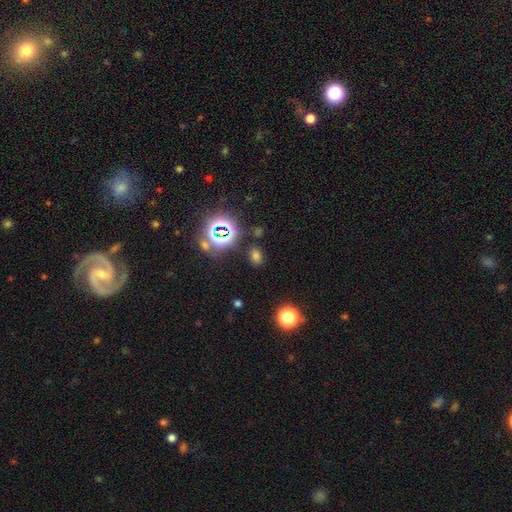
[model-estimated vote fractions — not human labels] smooth 61%, star or artifact 33%, featured or disk 7%. Down the decision tree: how rounded — in between (71%); merging — none (81%).